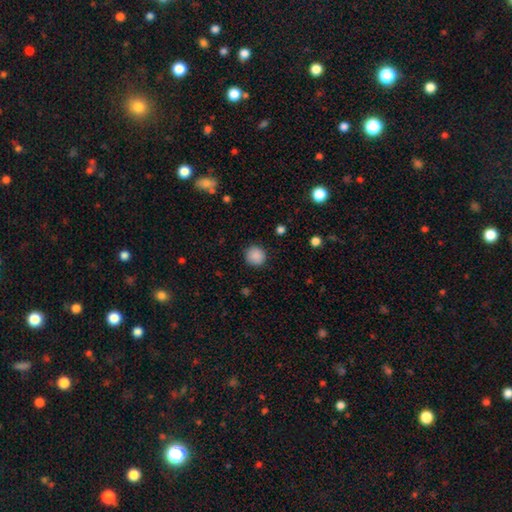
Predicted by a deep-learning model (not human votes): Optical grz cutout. It shows a smooth galaxy with no disk features (89%) that is round (93%). Merging: none (90%).